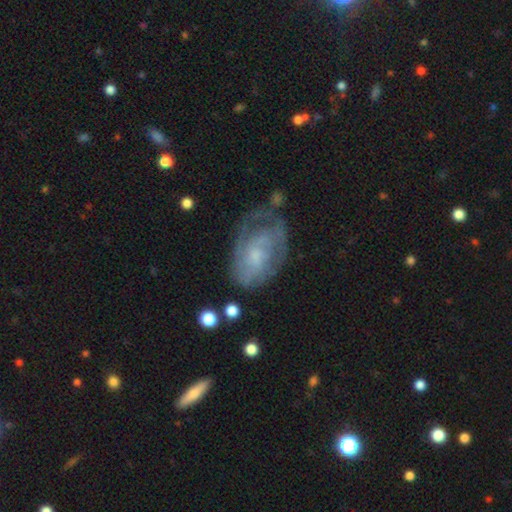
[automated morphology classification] Overall: featured or disk (69%). Edge-on disk: no (96%). Bar: no (70%). Spiral arms: yes (79%). Spiral arm count: can't tell (47%; 2 28%). Spiral winding: tight (52%; medium 34%). Bulge size: small (55%; moderate 26%). Merging: none (51%; minor disturbance 27%).